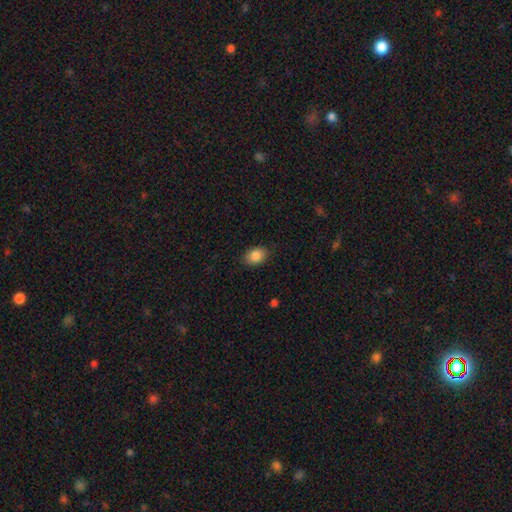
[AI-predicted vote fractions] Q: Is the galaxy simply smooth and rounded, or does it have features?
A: smooth — 86%.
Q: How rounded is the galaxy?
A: in between — 75%.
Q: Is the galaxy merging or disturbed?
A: none — 86%.